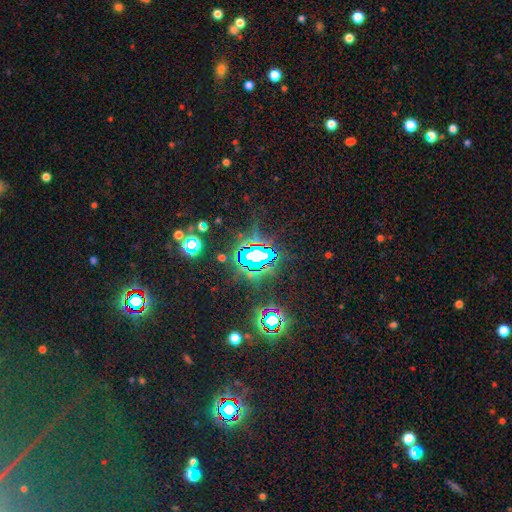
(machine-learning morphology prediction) This is likely a star or artifact rather than a galaxy (76%).